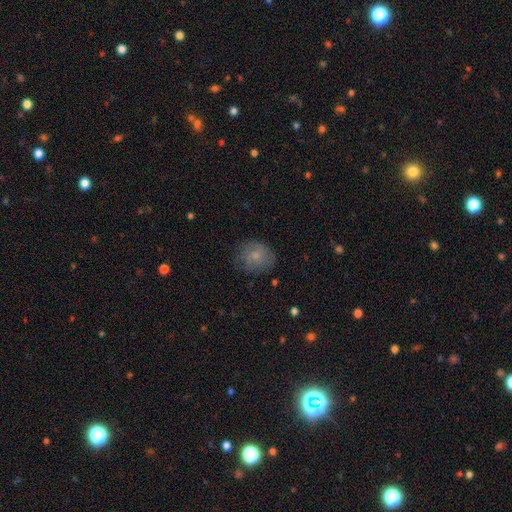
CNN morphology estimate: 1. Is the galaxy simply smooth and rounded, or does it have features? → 69% smooth, 22% featured or disk, 9% star or artifact.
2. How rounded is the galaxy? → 75% round, 24% in between, 1% cigar-shaped.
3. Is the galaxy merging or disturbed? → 69% none, 22% minor disturbance, 8% major disturbance, 1% merger.